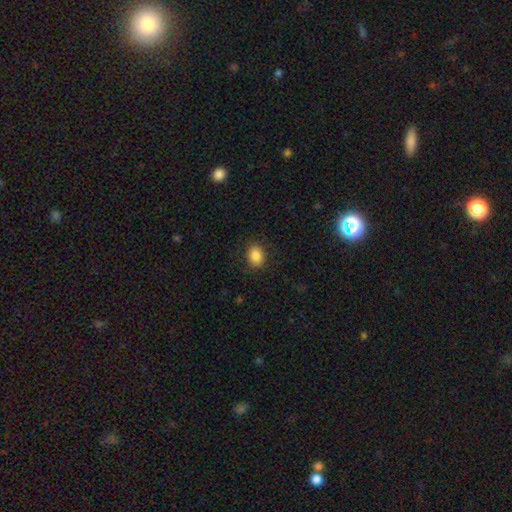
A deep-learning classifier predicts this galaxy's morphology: A smooth galaxy with no disk features (86%) that is in between round and cigar-shaped (65%). Merging: none (86%).